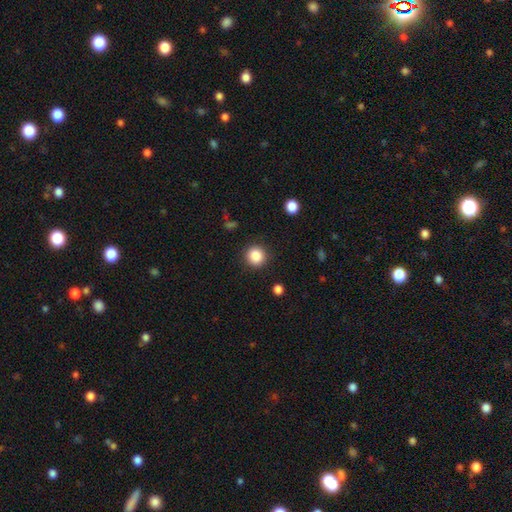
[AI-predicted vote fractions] A smooth galaxy with no disk features (86%) that is round (93%). Merging: none (90%).